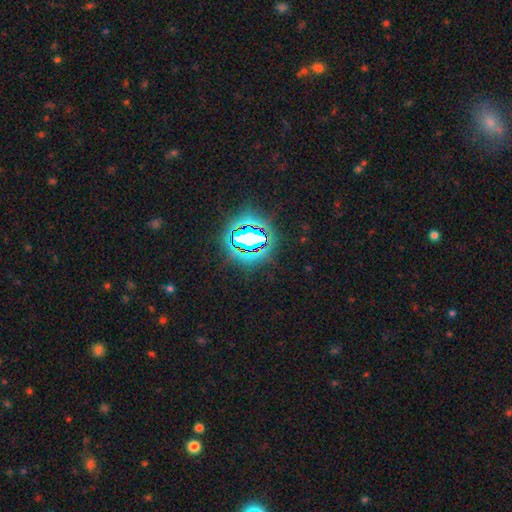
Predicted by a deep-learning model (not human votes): Morphology: type=star or artifact (82%).